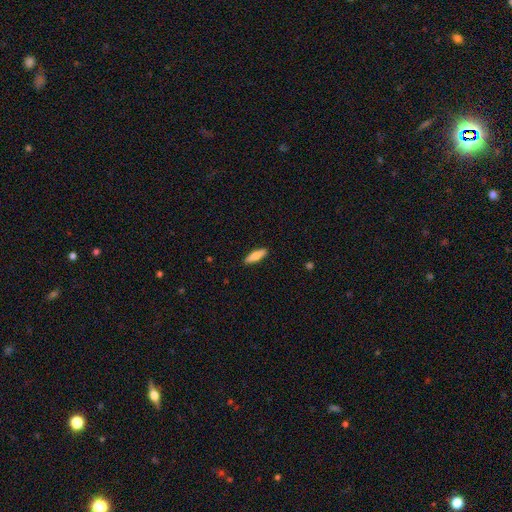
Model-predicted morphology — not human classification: smooth 68%, featured or disk 26%, star or artifact 6%. Down the decision tree: how rounded — cigar-shaped (57%); merging — none (90%).